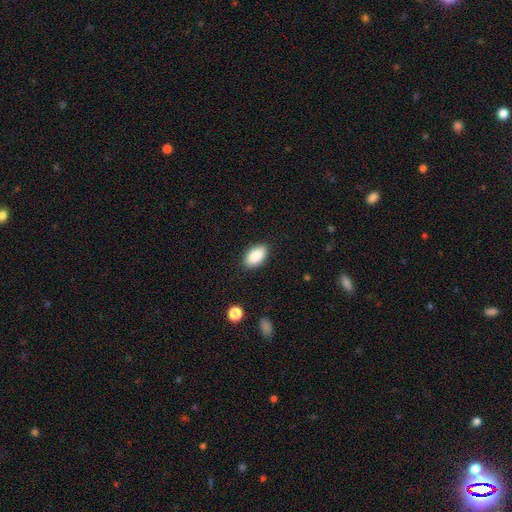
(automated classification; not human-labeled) smooth 88%, star or artifact 7%, featured or disk 5%. Down the decision tree: how rounded — in between (94%); merging — none (88%).